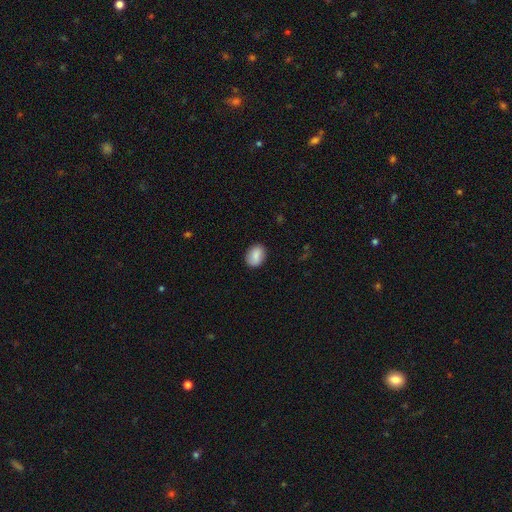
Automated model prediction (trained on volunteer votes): smooth_or_featured: smooth (p=0.85) [alt: featured or disk p=0.08]
how_rounded: in between (p=0.69) [alt: round p=0.30]
merging: none (p=0.86) [alt: minor disturbance p=0.11]